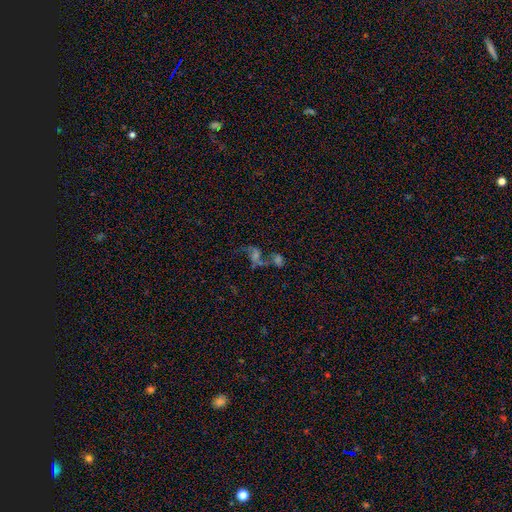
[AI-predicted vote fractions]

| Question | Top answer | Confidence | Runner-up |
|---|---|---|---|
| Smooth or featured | featured or disk | 51% | star or artifact (27%) |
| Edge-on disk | no | 95% | yes (5%) |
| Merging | merger | 44% | none (30%) |